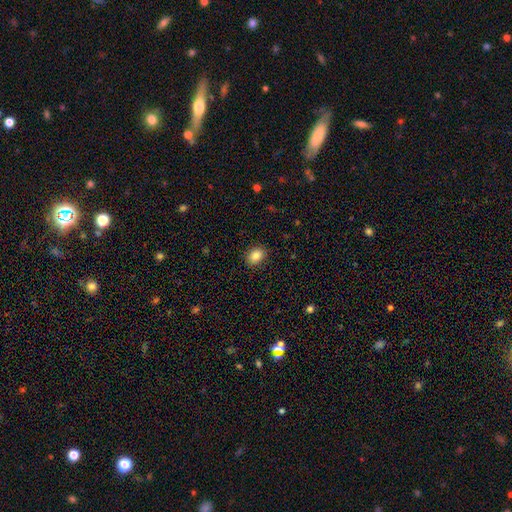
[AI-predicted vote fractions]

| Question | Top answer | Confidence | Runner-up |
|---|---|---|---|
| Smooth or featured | smooth | 85% | star or artifact (9%) |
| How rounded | in between | 60% | round (39%) |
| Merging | none | 88% | minor disturbance (9%) |